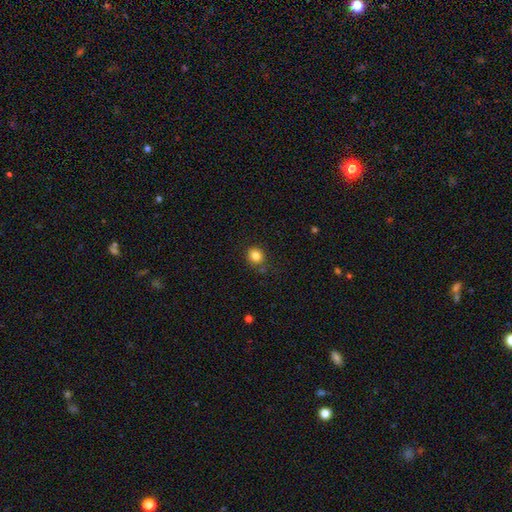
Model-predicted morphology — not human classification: smooth_or_featured: smooth (p=0.83) [alt: star or artifact p=0.11]
how_rounded: round (p=0.81) [alt: in between p=0.18]
merging: none (p=0.82) [alt: minor disturbance p=0.12]